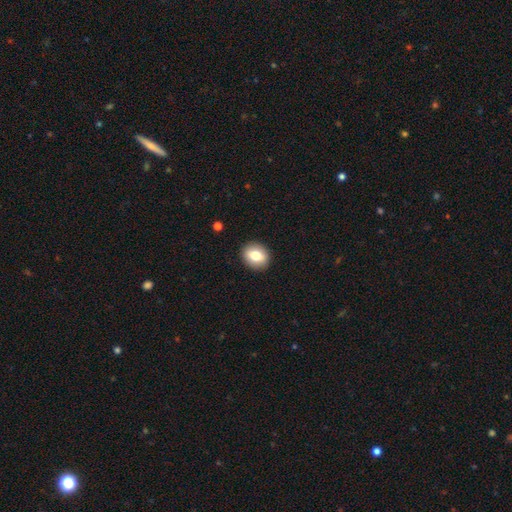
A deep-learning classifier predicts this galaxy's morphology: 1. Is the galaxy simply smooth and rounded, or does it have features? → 77% smooth, 15% featured or disk, 8% star or artifact.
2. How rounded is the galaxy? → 60% round, 39% in between, 1% cigar-shaped.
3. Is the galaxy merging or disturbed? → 91% none, 6% minor disturbance, 2% major disturbance, 1% merger.